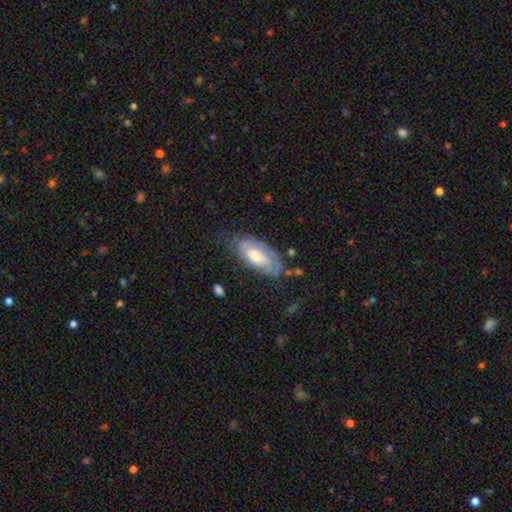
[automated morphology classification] This appears to be a featured or disk galaxy (58%) with no bar (66%), spiral arms (80%) and a moderate central bulge (59%). Merging: none (60%).